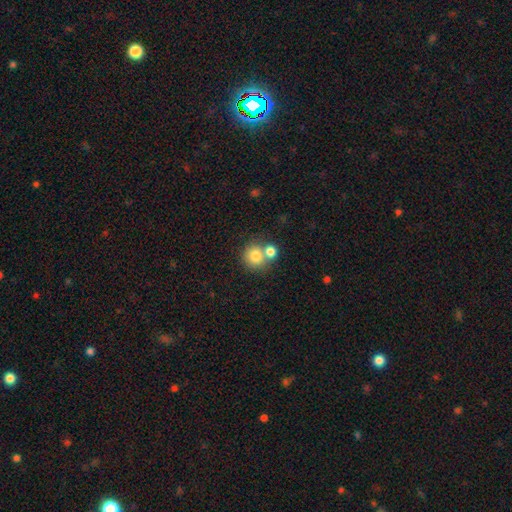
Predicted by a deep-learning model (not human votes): Morphology: type=smooth (79%); roundness=round (88%); merging=none (50%).